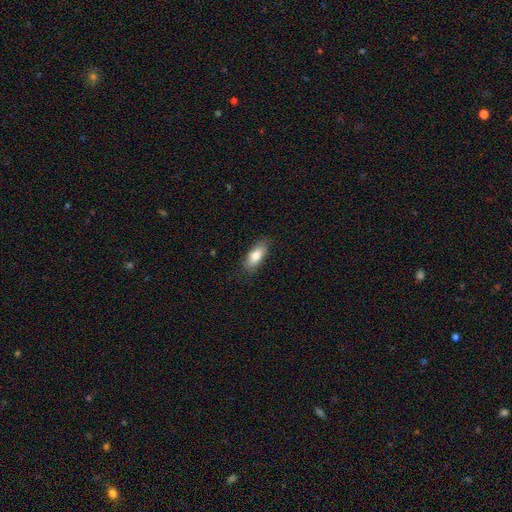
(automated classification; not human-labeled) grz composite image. It shows a smooth galaxy with no disk features (79%) that is in between round and cigar-shaped (80%). Merging: none (83%).